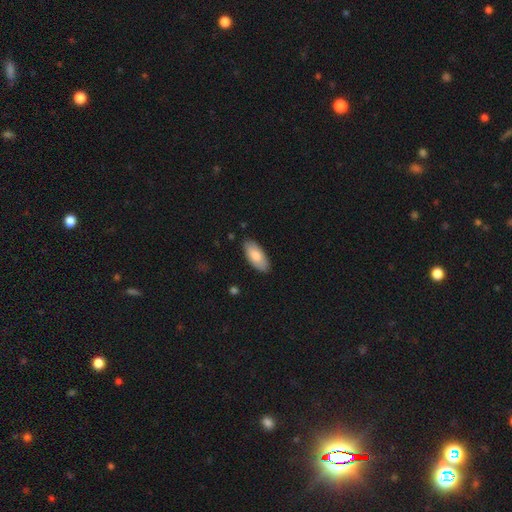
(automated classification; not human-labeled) Smooth or featured? Predicted: smooth (p=0.79). How rounded? Predicted: in between (p=0.90). Merging? Predicted: none (p=0.87).